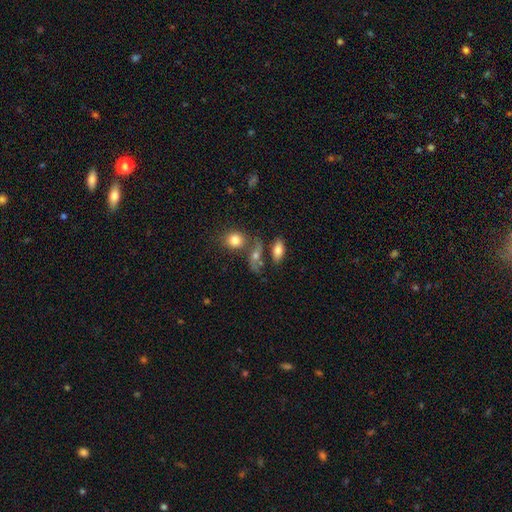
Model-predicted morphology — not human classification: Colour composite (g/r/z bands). It shows a smooth galaxy with no disk features (66%) that is in between round and cigar-shaped (61%). Merging: none (47%).